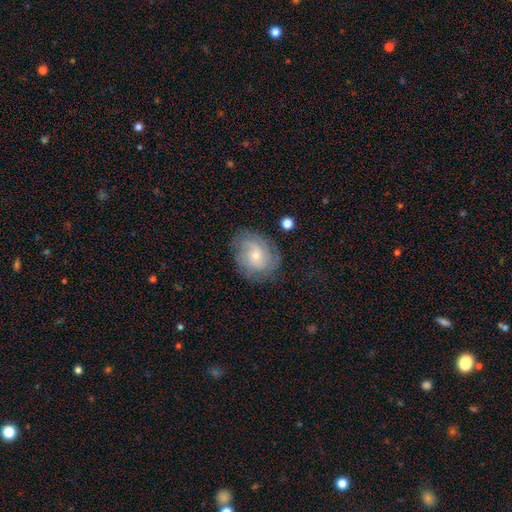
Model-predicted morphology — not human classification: type=featured or disk (56%); edge-on=no (97%); bar=no (71%); spiral arms=yes (84%); bulge=small (66%); merging=none (72%).